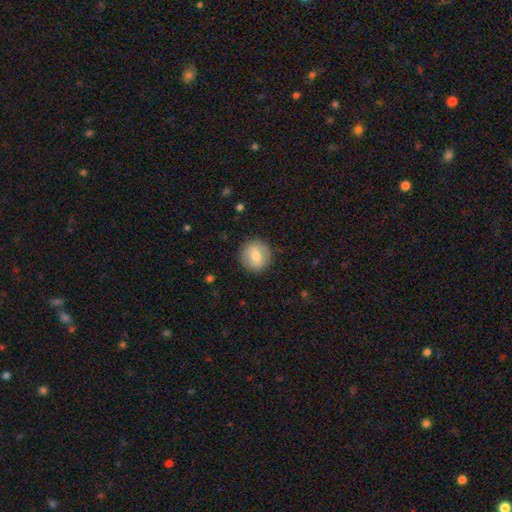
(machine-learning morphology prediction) Smooth or featured? smooth (73%)
How rounded? round (93%)
Merging? none (89%)